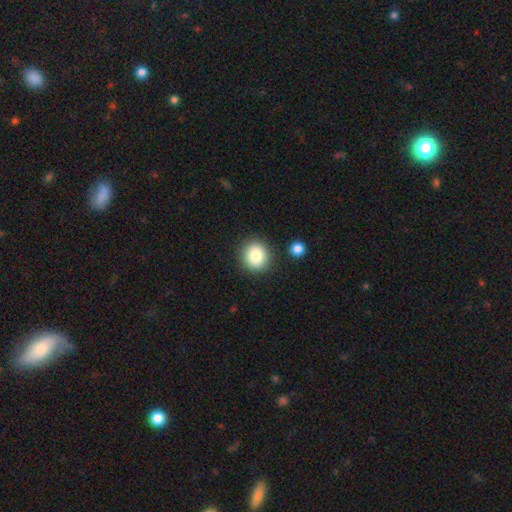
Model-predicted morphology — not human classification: Smooth or featured? Predicted: smooth (p=0.85). How rounded? Predicted: round (p=0.87). Merging? Predicted: none (p=0.87).